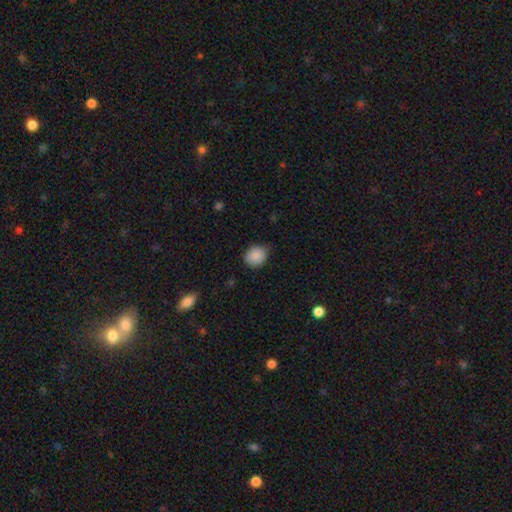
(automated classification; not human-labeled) This appears to be a smooth galaxy with no disk features (88%) that is round (70%). Merging: none (77%).